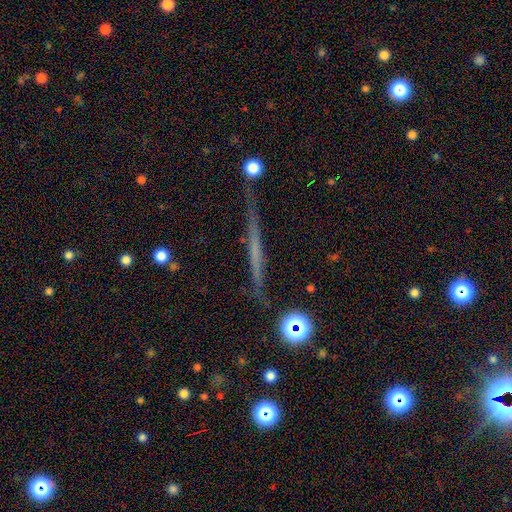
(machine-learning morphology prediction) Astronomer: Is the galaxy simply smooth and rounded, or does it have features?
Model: featured or disk — 46% (runner-up: smooth, 39%).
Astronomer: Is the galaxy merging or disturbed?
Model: none — 76%.